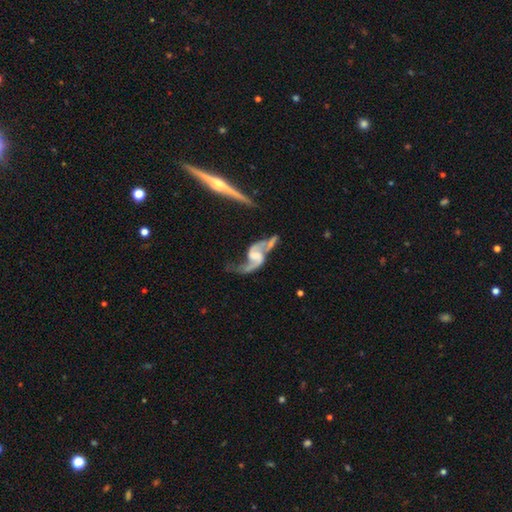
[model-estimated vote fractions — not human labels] Morphology: type=featured or disk (89%); edge-on=no (96%); bar=weak (45%); spiral arms=yes (95%); winding=loose (72%); arm count=2 (91%); bulge=none (36%); merging=none (41%).